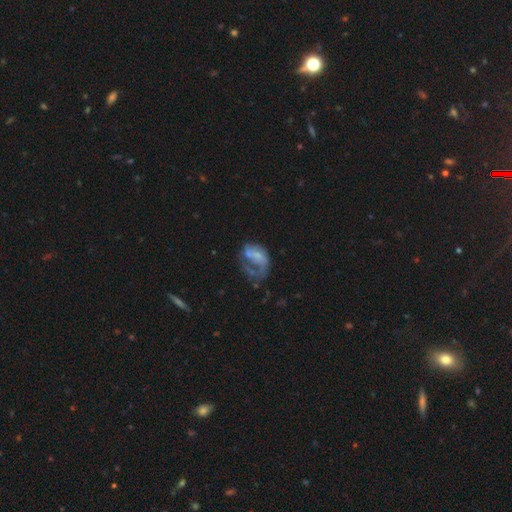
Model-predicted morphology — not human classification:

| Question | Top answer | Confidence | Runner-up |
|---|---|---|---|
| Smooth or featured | featured or disk | 58% | smooth (32%) |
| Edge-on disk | no | 98% | yes (2%) |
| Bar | no | 65% | weak (27%) |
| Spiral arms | yes | 51% | no (49%) |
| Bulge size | none | 55% | small (24%) |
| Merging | major disturbance | 49% | none (24%) |